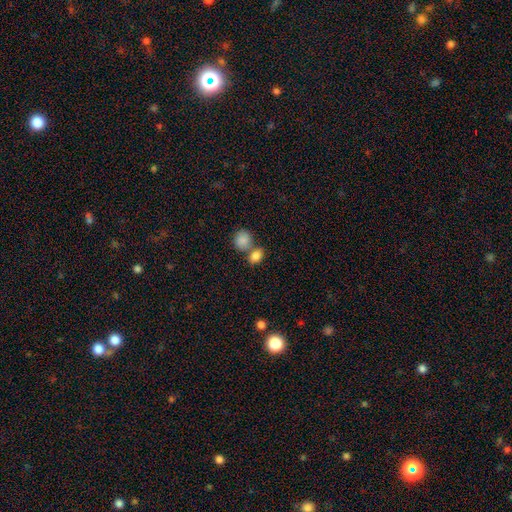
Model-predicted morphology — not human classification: This appears to be a smooth galaxy with no disk features (85%) that is in between round and cigar-shaped (63%). Merging: none (44%, tied with merger).